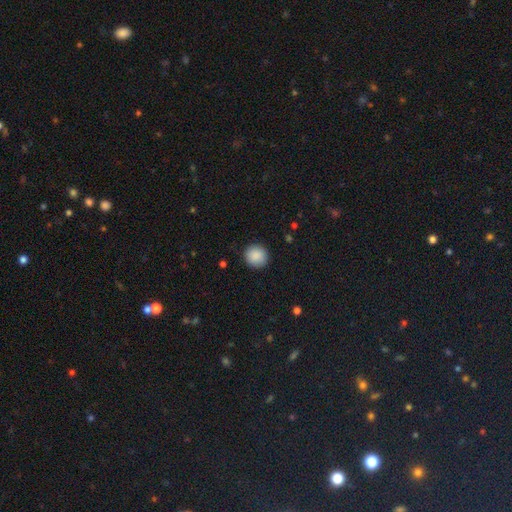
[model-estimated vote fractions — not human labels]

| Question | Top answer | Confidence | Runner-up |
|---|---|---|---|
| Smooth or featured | smooth | 89% | star or artifact (8%) |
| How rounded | round | 92% | in between (7%) |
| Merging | none | 91% | minor disturbance (6%) |